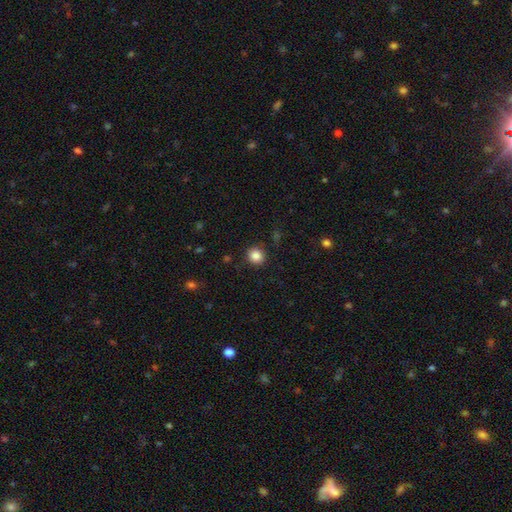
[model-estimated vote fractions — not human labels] smooth 85%, star or artifact 11%, featured or disk 5%. Down the decision tree: how rounded — round (90%); merging — none (90%).